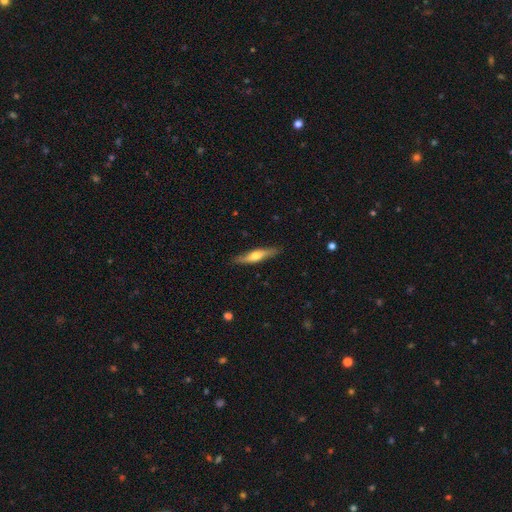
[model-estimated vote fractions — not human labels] smooth-or-featured: featured or disk: 52% | smooth: 42% | star or artifact: 6%
  disk-edge-on: yes: 91% | no: 9%
  merging: none: 87% | minor disturbance: 10% | major disturbance: 2% | merger: 1%